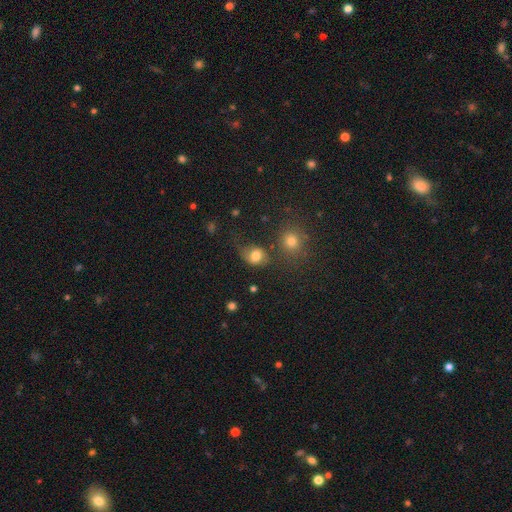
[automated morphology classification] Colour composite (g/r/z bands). It shows a smooth galaxy with no disk features (75%) that is round (54%). Merging: none (50%).